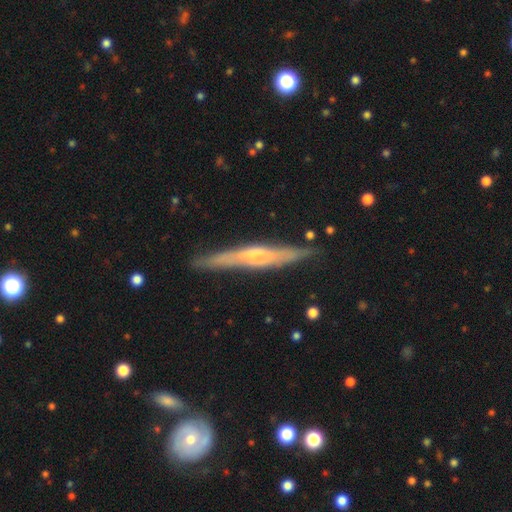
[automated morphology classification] Overall: featured or disk (66%; smooth 28%). Edge-on disk: yes (94%). Edge-on bulge: rounded (53%; none 28%). Merging: none (83%).